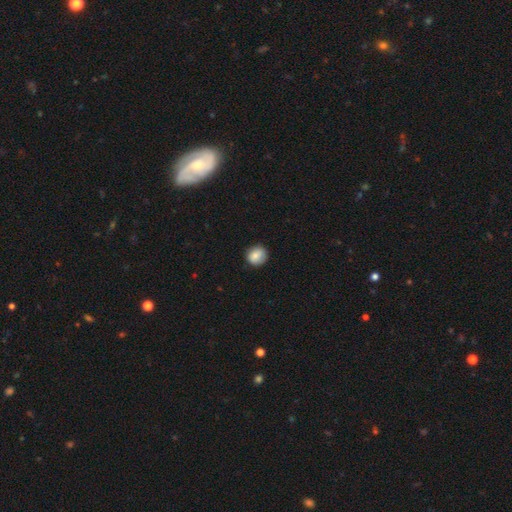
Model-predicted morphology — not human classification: Smooth or featured: smooth — 82% (featured or disk — 10%)
How rounded: round — 88% (in between — 11%)
Merging: none — 86% (minor disturbance — 11%)